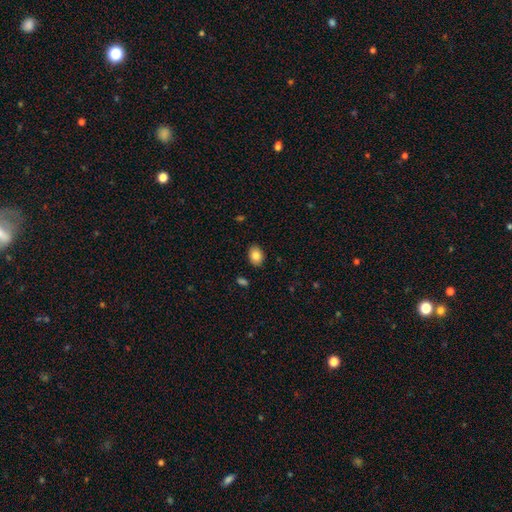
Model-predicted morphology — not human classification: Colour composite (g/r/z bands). It shows a smooth galaxy with no disk features (84%) that is in between round and cigar-shaped (76%). Merging: none (87%).